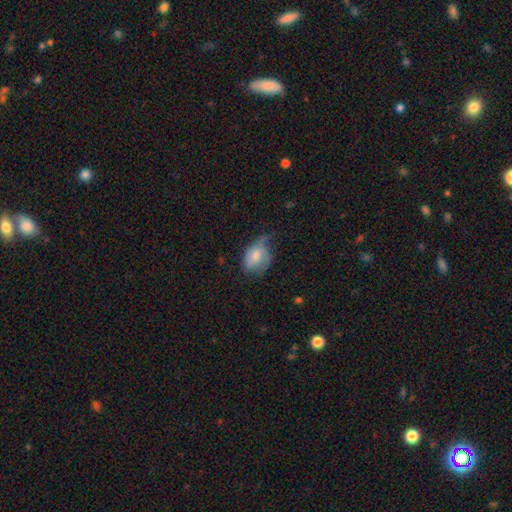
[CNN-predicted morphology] smooth_or_featured: smooth (p=0.56) [alt: featured or disk p=0.36]
how_rounded: in between (p=0.75) [alt: round p=0.24]
merging: minor disturbance (p=0.38) [alt: major disturbance p=0.31]